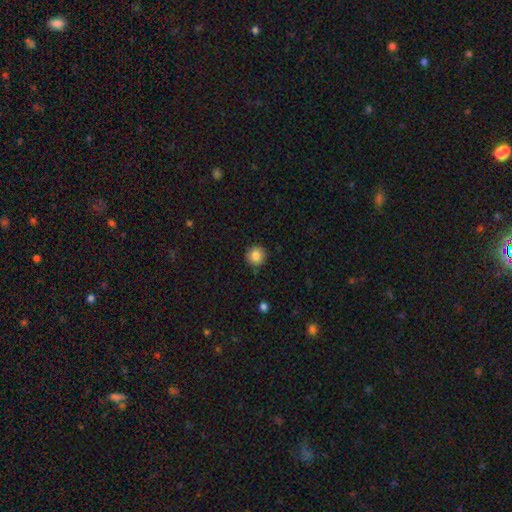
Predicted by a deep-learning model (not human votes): The model was most divided on "smooth or featured": smooth: 85%, star or artifact: 10%, featured or disk: 5%. More confident: how rounded — round (94%); merging — none (87%).